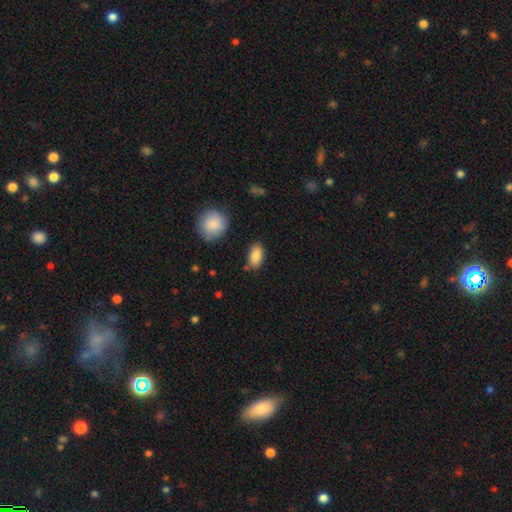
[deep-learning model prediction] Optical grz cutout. It shows a smooth galaxy with no disk features (85%) that is in between round and cigar-shaped (89%). Merging: none (80%).